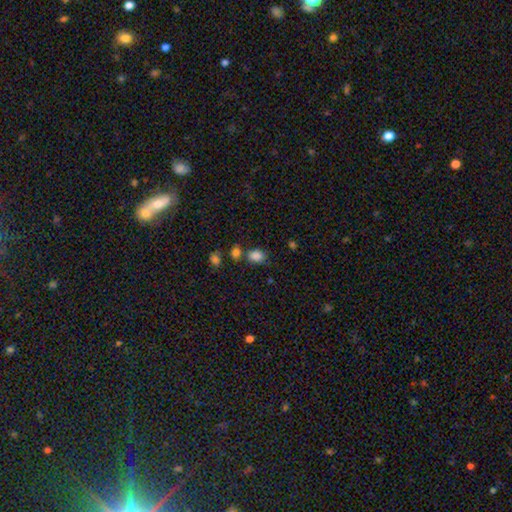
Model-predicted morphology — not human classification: Smooth or featured?
  - smooth: 84% *
  - star or artifact: 12%
  - featured or disk: 5%
How rounded?
  - in between: 66% *
  - round: 33%
  - cigar-shaped: 1%
Merging?
  - none: 63% *
  - minor disturbance: 16%
  - merger: 16%
  - major disturbance: 5%